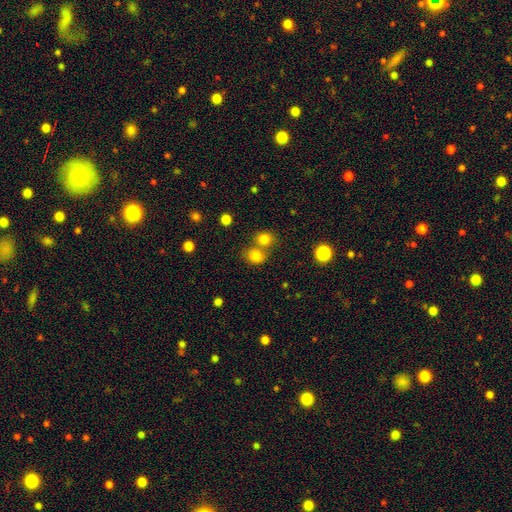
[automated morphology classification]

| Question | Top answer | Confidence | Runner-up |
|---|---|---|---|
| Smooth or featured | smooth | 79% | star or artifact (14%) |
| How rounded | round | 71% | in between (28%) |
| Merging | none | 54% | merger (35%) |